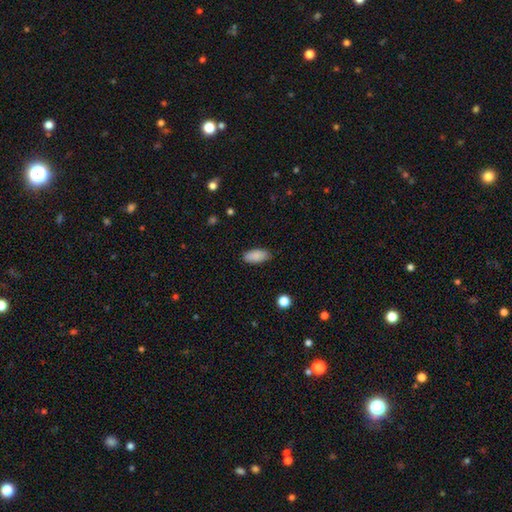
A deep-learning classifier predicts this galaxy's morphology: smooth-or-featured: smooth: 88% | star or artifact: 7% | featured or disk: 5%
  how-rounded: in between: 91% | cigar-shaped: 7% | round: 2%
  merging: none: 84% | minor disturbance: 13% | major disturbance: 2% | merger: 1%